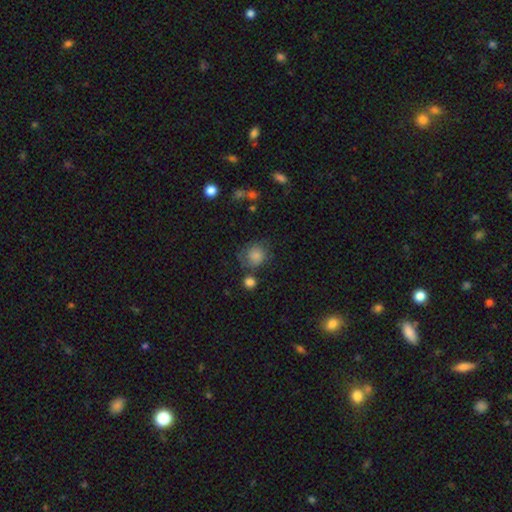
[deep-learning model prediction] Smooth or featured?
  - smooth: 79% *
  - featured or disk: 11%
  - star or artifact: 9%
How rounded?
  - round: 84% *
  - in between: 16%
  - cigar-shaped: 1%
Merging?
  - none: 60% *
  - minor disturbance: 22%
  - major disturbance: 10%
  - merger: 8%